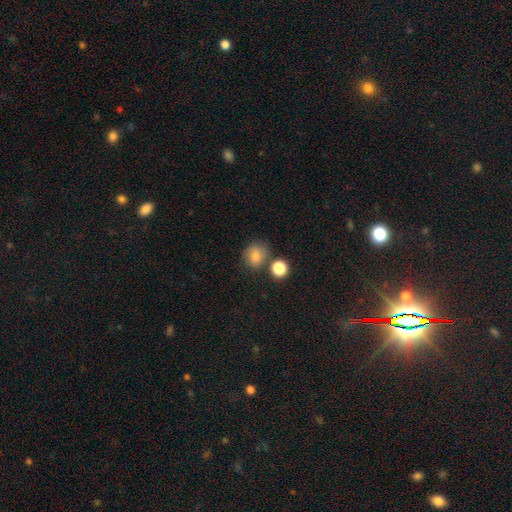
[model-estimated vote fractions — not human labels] This appears to be a smooth galaxy with no disk features (81%) that is round (67%). Merging: none (67%).